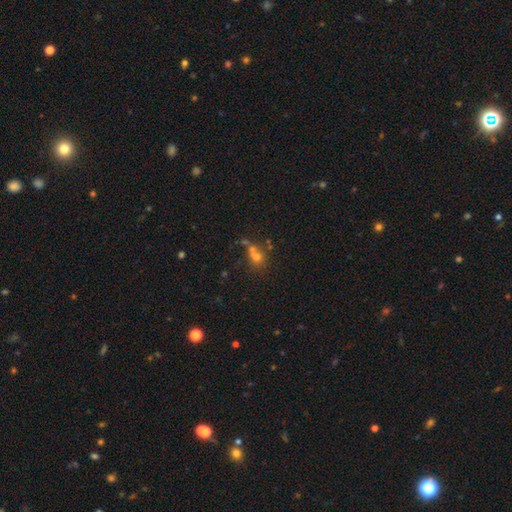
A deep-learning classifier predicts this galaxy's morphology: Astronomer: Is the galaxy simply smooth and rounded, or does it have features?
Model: smooth — 61%.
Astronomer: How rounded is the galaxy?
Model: round — 67%.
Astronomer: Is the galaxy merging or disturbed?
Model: merger — 41% (runner-up: none, 37%).